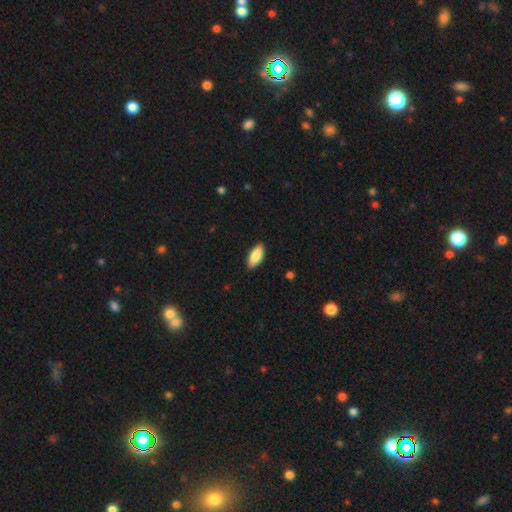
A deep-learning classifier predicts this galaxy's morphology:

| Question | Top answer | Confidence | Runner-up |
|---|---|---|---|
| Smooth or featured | smooth | 86% | featured or disk (8%) |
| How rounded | in between | 87% | cigar-shaped (11%) |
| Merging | none | 86% | minor disturbance (11%) |